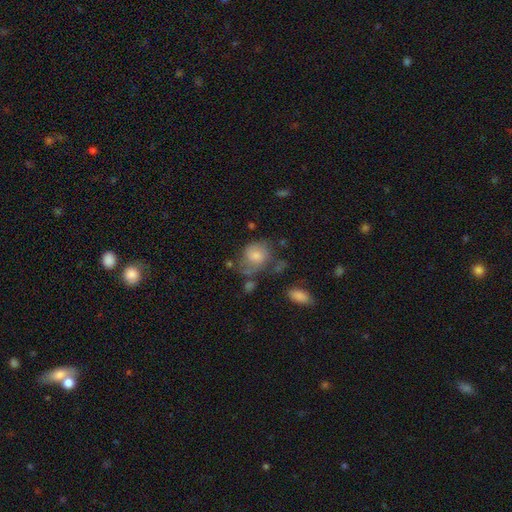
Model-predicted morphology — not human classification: smooth-or-featured: smooth: 56% | featured or disk: 36% | star or artifact: 9%
  how-rounded: round: 55% | in between: 44% | cigar-shaped: 1%
  merging: none: 37% | major disturbance: 27% | minor disturbance: 26% | merger: 10%